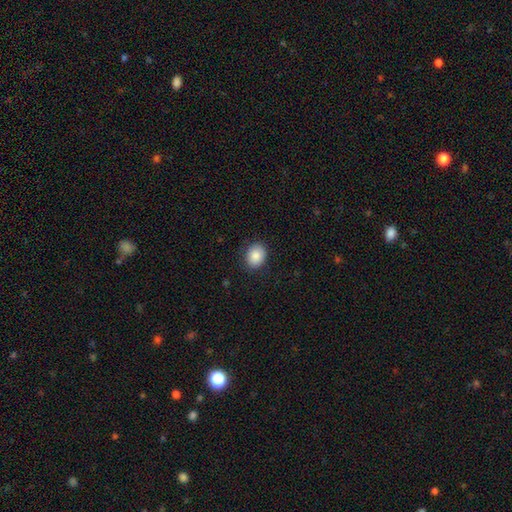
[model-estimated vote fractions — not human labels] smooth 87%, star or artifact 8%, featured or disk 5%. Down the decision tree: how rounded — in between (51%); merging — none (86%).